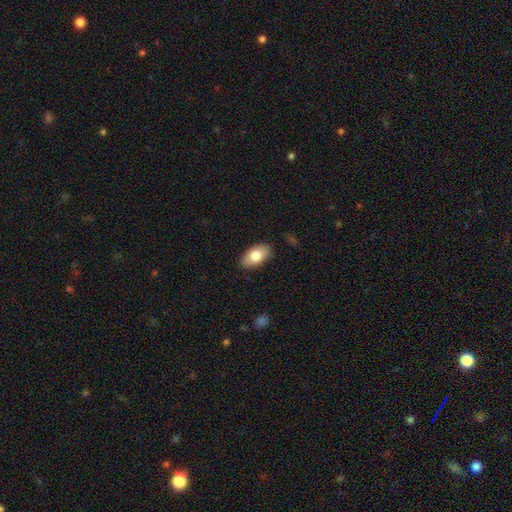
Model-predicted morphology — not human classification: smooth_or_featured: smooth (p=0.78) [alt: featured or disk p=0.16]
how_rounded: in between (p=0.93) [alt: round p=0.04]
merging: none (p=0.86) [alt: minor disturbance p=0.11]